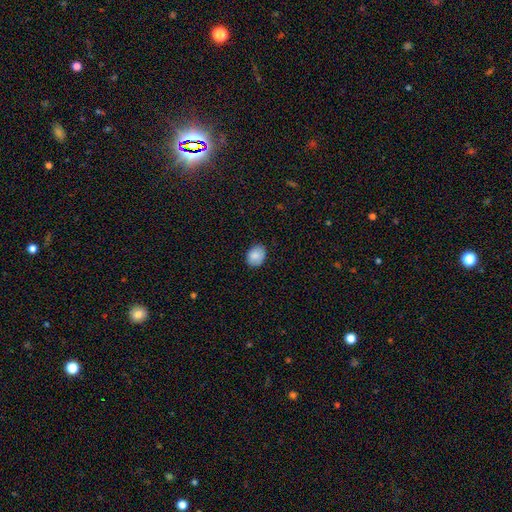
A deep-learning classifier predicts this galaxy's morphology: Smooth or featured?
  - smooth: 87% *
  - star or artifact: 8%
  - featured or disk: 5%
How rounded?
  - in between: 62% *
  - round: 37%
  - cigar-shaped: 1%
Merging?
  - none: 83% *
  - minor disturbance: 14%
  - major disturbance: 2%
  - merger: 1%